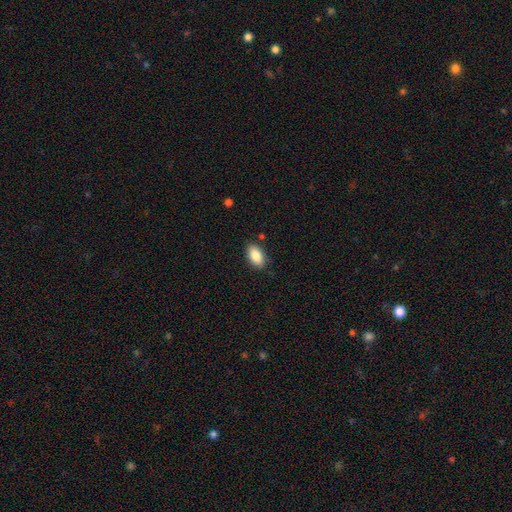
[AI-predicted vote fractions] This appears to be a smooth galaxy with no disk features (86%) that is in between round and cigar-shaped (93%). Merging: none (85%).